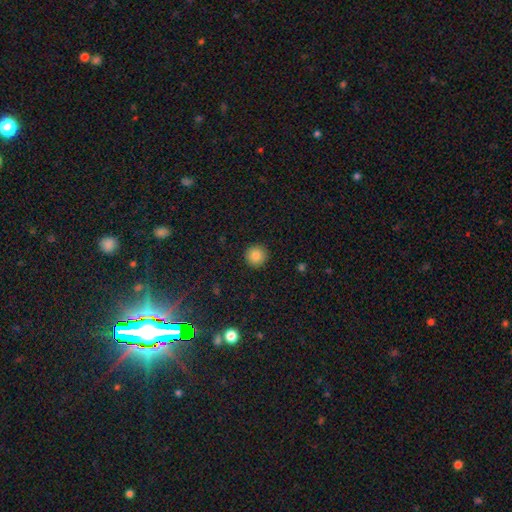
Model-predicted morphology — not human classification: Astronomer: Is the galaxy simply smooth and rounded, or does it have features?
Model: smooth — 86%.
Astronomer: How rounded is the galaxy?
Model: round — 95%.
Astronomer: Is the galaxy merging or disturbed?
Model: none — 93%.